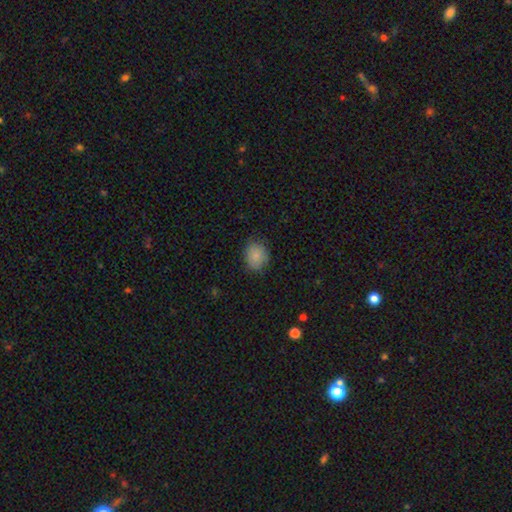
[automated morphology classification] A smooth galaxy with no disk features (85%) that is round (59%).

Vote fractions:
- Smooth or featured? smooth: 85% / star or artifact: 9% / featured or disk: 6%
- How rounded? round: 59% / in between: 40% / cigar-shaped: 1%
- Merging? none: 77% / minor disturbance: 18% / major disturbance: 4% / merger: 1%